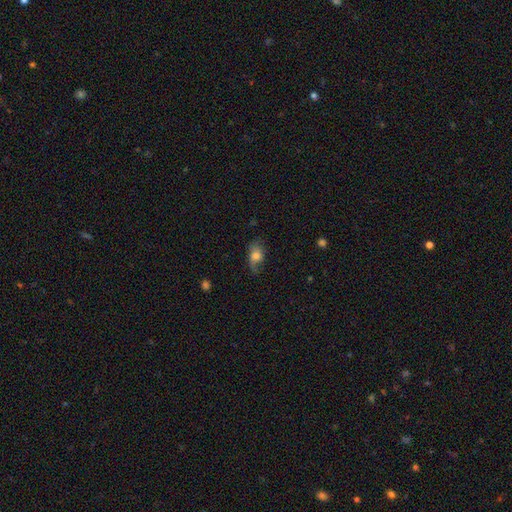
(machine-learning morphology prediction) Smooth or featured? Predicted: smooth (p=0.59). How rounded? Predicted: in between (p=0.79). Merging? Predicted: none (p=0.47).